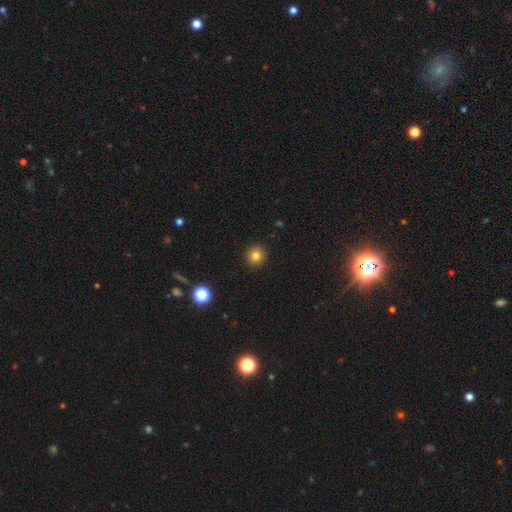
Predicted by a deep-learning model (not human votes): Smooth or featured? Predicted: smooth (p=0.80). How rounded? Predicted: round (p=0.94). Merging? Predicted: none (p=0.93).